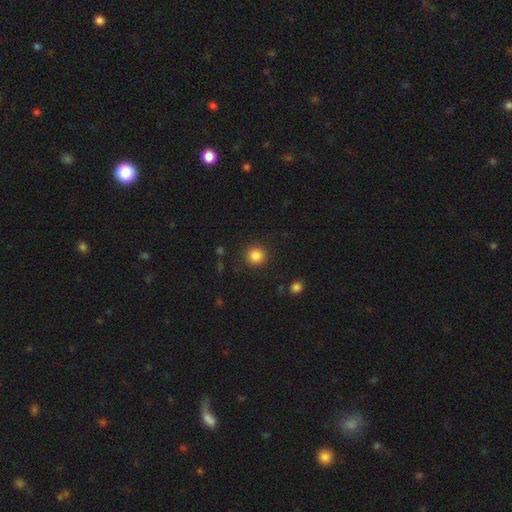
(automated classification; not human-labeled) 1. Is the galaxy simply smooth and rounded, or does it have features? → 85% smooth, 11% star or artifact, 4% featured or disk.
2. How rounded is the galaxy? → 92% round, 7% in between, 1% cigar-shaped.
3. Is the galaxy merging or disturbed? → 90% none, 6% minor disturbance, 3% major disturbance, 1% merger.